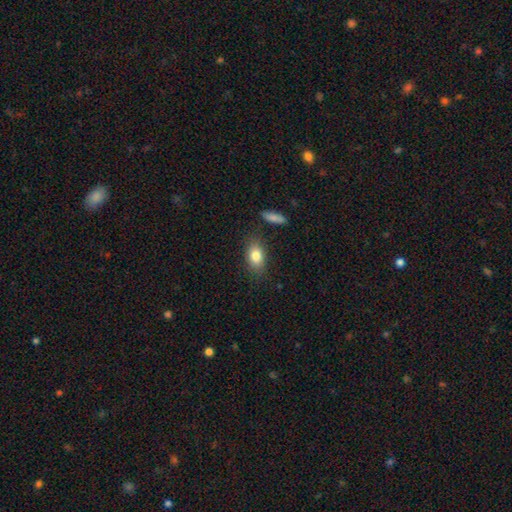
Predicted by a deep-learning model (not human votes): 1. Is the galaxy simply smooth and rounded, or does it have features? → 82% smooth, 10% featured or disk, 8% star or artifact.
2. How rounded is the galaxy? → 85% in between, 11% round, 4% cigar-shaped.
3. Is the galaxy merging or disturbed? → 81% none, 13% minor disturbance, 3% major disturbance, 3% merger.